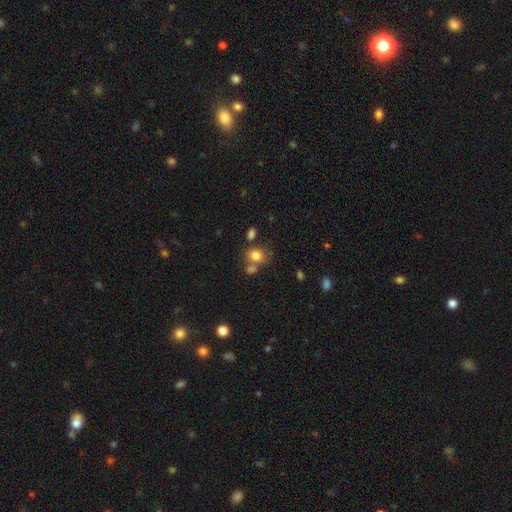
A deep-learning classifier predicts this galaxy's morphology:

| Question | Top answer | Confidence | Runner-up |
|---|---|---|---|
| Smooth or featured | smooth | 79% | star or artifact (12%) |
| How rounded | round | 56% | in between (43%) |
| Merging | none | 57% | merger (24%) |